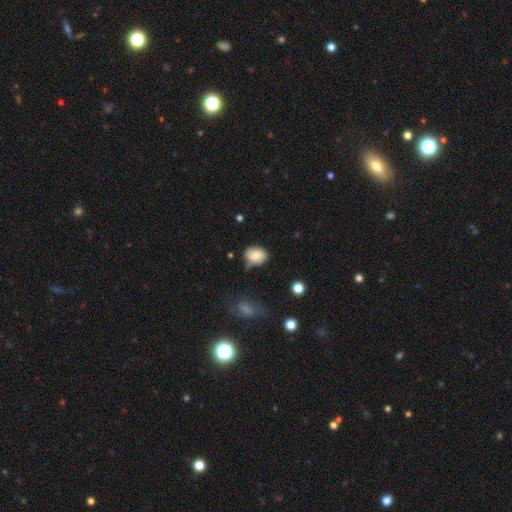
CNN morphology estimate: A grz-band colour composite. It shows a smooth galaxy with no disk features (79%) that is in between round and cigar-shaped (68%). Merging: none (59%).